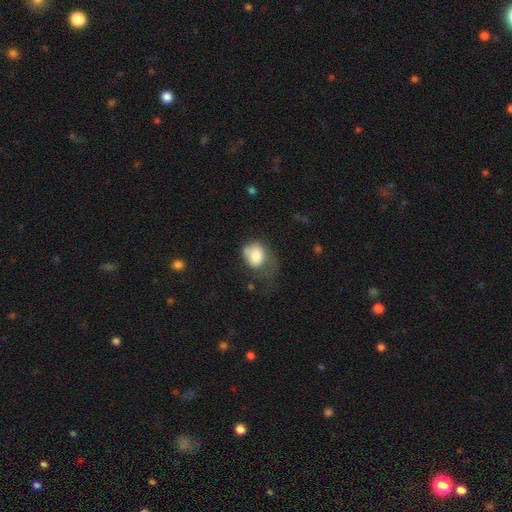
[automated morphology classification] The model was most divided on "merging": major disturbance: 43%, minor disturbance: 28%, none: 23%, merger: 6%. More confident: smooth or featured — smooth (76%); how rounded — in between (58%).